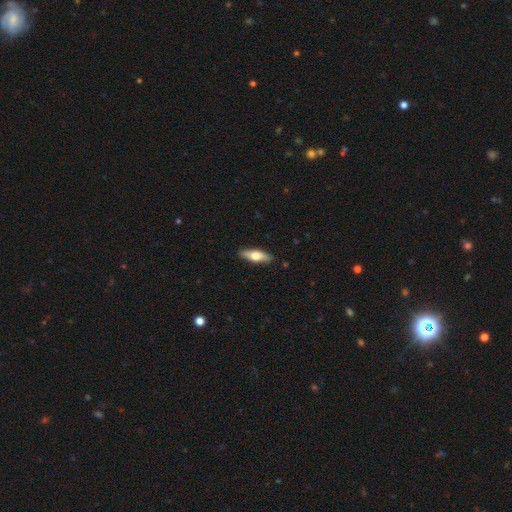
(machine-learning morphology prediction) smooth-or-featured: smooth: 64% | featured or disk: 31% | star or artifact: 5%
  how-rounded: in between: 59% | cigar-shaped: 39% | round: 2%
  merging: none: 87% | minor disturbance: 10% | major disturbance: 2% | merger: 1%